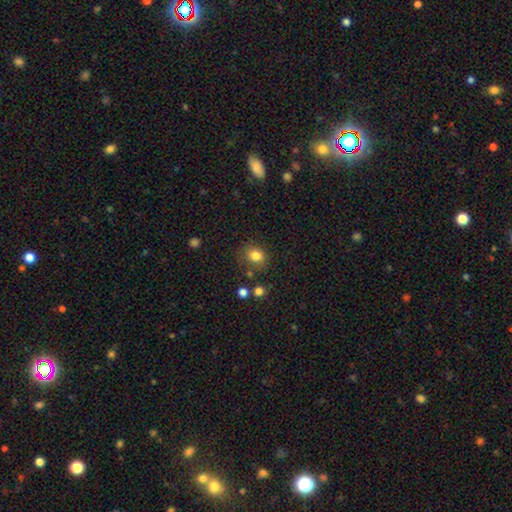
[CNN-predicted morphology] The model was most divided on "how rounded": round: 58%, in between: 41%, cigar-shaped: 1%. More confident: smooth or featured — smooth (82%); merging — none (76%).